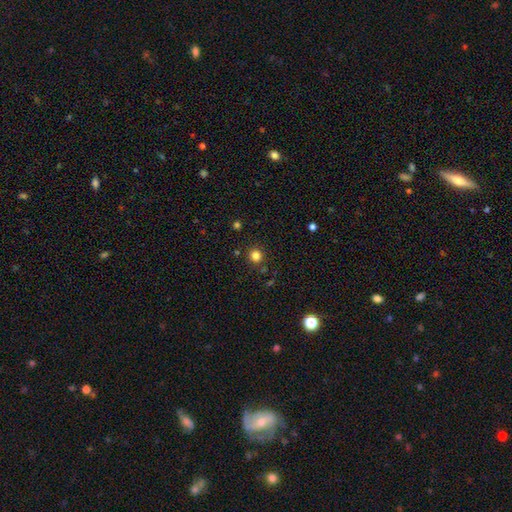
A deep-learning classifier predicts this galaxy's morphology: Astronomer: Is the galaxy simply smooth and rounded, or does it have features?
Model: smooth — 82%.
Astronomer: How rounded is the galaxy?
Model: round — 93%.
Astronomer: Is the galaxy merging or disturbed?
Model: none — 89%.